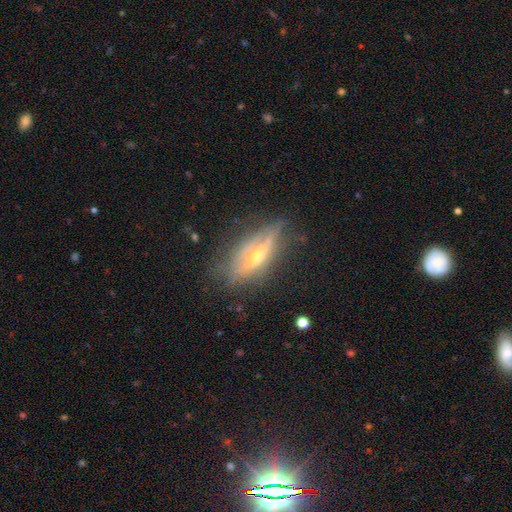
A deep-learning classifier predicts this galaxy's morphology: Smooth or featured? Predicted: featured or disk (p=0.64). Edge-on disk? Predicted: yes (p=0.76). Merging? Predicted: none (p=0.68).